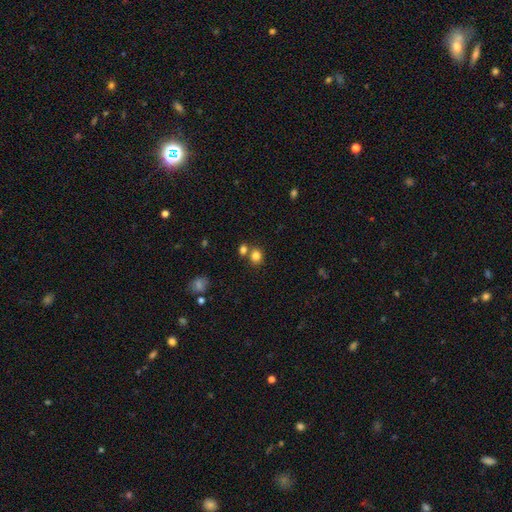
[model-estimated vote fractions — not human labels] Smooth or featured? smooth (82%)
How rounded? round (72%)
Merging? none (63%)